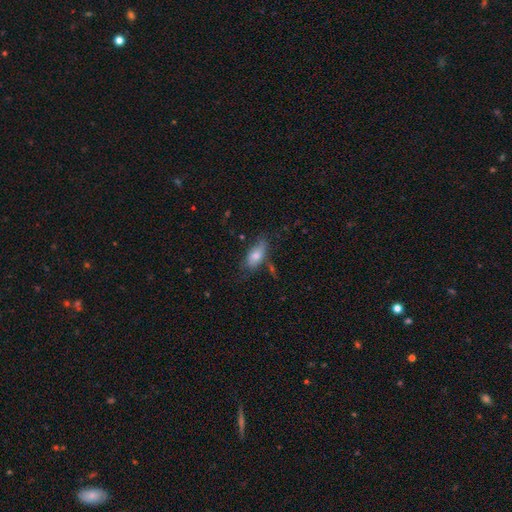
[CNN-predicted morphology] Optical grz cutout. It shows a smooth galaxy with no disk features (70%) that is in between round and cigar-shaped (81%). Merging: none (57%).